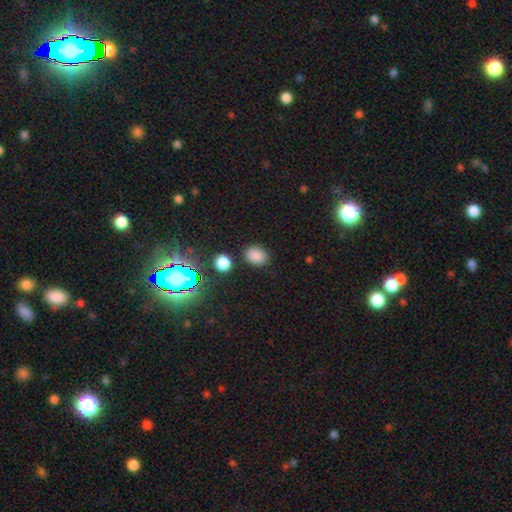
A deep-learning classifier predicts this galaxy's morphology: Overall: smooth (82%). How rounded: in between (62%; round 37%). Merging: none (83%).